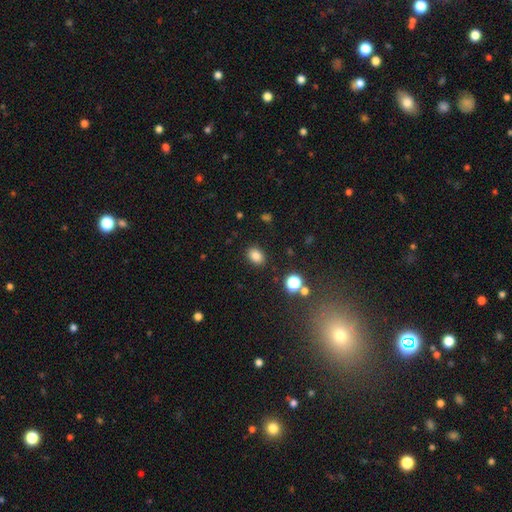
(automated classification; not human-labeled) A smooth galaxy with no disk features (84%) that is in between round and cigar-shaped (71%).

Vote fractions:
- Smooth or featured? smooth: 84% / star or artifact: 12% / featured or disk: 4%
- How rounded? in between: 71% / round: 28% / cigar-shaped: 1%
- Merging? none: 87% / minor disturbance: 8% / major disturbance: 3% / merger: 2%